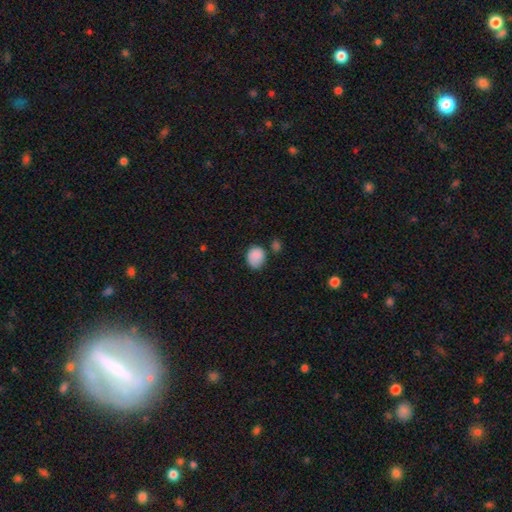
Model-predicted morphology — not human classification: A smooth galaxy with no disk features (87%) that is round (57%).

Vote fractions:
- Smooth or featured? smooth: 87% / star or artifact: 9% / featured or disk: 5%
- How rounded? round: 57% / in between: 42% / cigar-shaped: 1%
- Merging? none: 61% / minor disturbance: 25% / merger: 8% / major disturbance: 6%